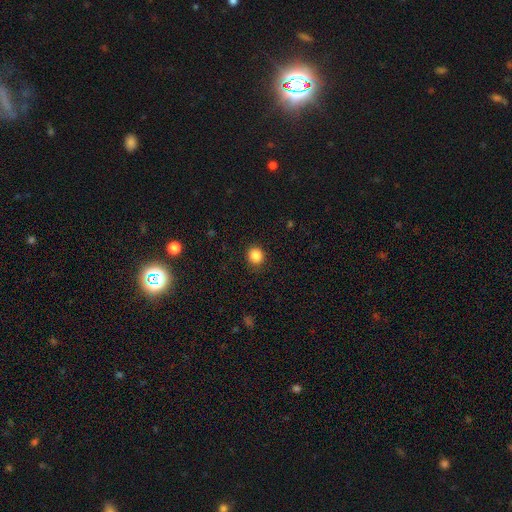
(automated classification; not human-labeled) Morphology: type=smooth (86%); roundness=round (88%); merging=none (90%).